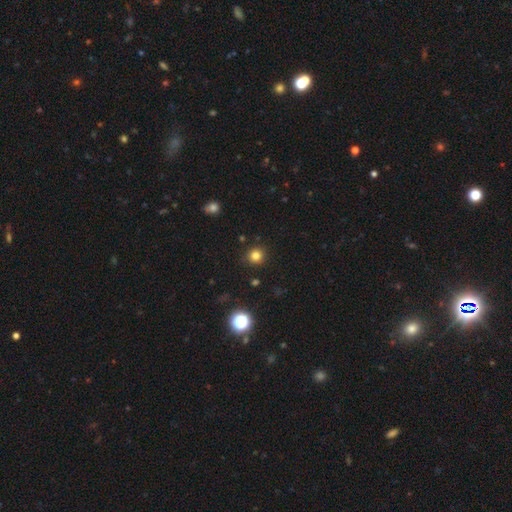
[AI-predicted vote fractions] The model was most divided on "smooth or featured": smooth: 80%, star or artifact: 15%, featured or disk: 5%. More confident: how rounded — round (93%); merging — none (90%).